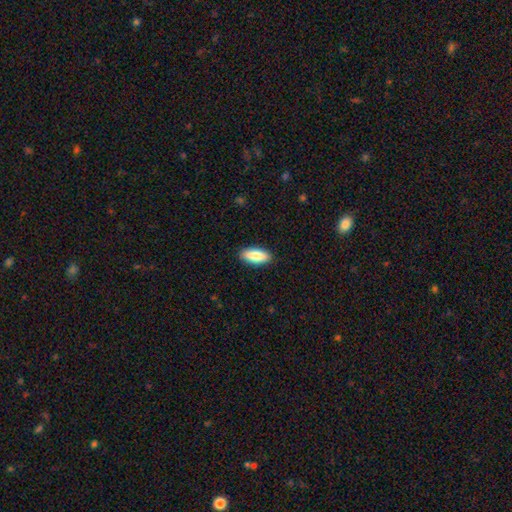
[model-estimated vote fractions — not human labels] Q: Smooth or featured?
A: smooth (85%); runner-up: featured or disk (9%)
Q: How rounded?
A: in between (81%); runner-up: cigar-shaped (17%)
Q: Merging?
A: none (90%); runner-up: minor disturbance (8%)